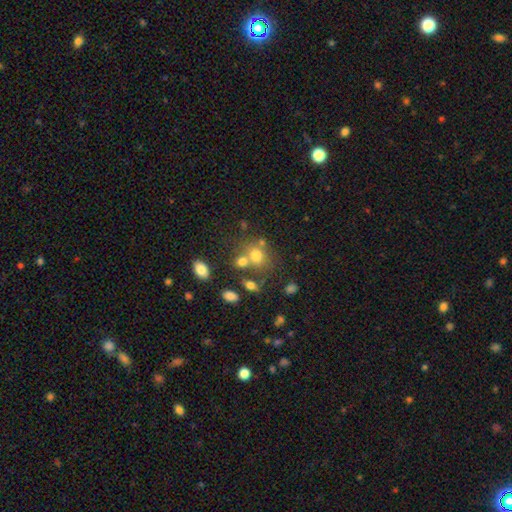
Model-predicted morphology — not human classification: Smooth or featured: smooth — 70% (star or artifact — 15%)
How rounded: round — 61% (in between — 38%)
Merging: none — 47% (merger — 34%)